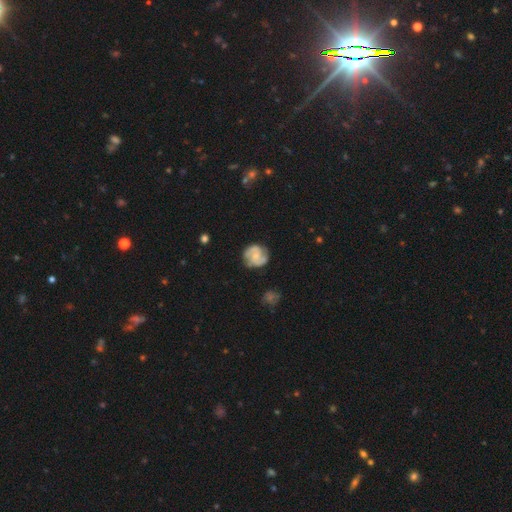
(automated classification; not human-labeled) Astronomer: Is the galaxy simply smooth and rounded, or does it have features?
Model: featured or disk — 77%.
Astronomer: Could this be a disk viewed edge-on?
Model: no — 98%.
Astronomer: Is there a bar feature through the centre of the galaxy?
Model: no — 55% (runner-up: weak, 38%).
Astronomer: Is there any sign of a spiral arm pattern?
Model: yes — 95%.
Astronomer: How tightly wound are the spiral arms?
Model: medium — 49% (runner-up: tight, 35%).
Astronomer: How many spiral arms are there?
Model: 2 — 80%.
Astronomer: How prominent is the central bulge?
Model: small — 55% (runner-up: moderate, 31%).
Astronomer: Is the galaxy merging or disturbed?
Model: none — 77%.